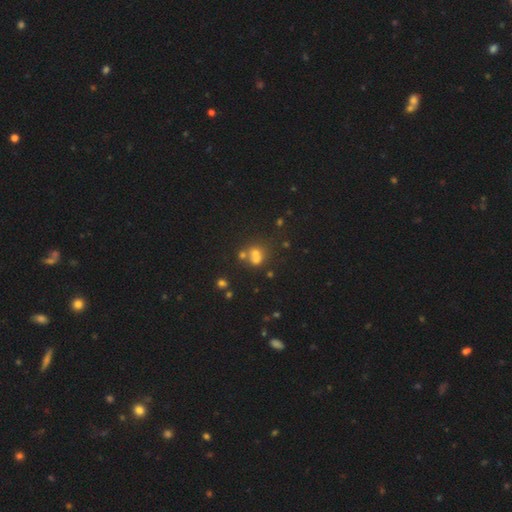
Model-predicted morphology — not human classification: This is possibly a smooth galaxy (56%). How rounded: likely round (71%). Merging: possibly merger (47%).